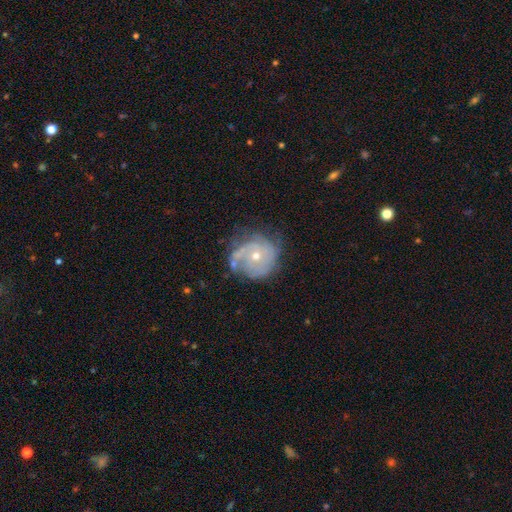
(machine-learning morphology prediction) A featured or disk galaxy (71%) with no bar (83%), tight (59%) spiral arms (78%) and a small central bulge (53%).

Vote fractions:
- Smooth or featured? featured or disk: 71% / smooth: 21% / star or artifact: 8%
- Edge-on disk? no: 97% / yes: 3%
- Bar? no: 83% / weak: 15% / strong: 3%
- Spiral arms? yes: 78% / no: 22%
- Spiral winding? tight: 59% / medium: 28% / loose: 13%
- Spiral arm count? can't tell: 41% / 2: 22% / 3: 16% / 1: 12% / 4: 5% / more than 4: 4%
- Bulge size? small: 53% / moderate: 44% / large: 1% / none: 1% / dominant: 1%
- Merging? none: 52% / minor disturbance: 27% / major disturbance: 15% / merger: 6%